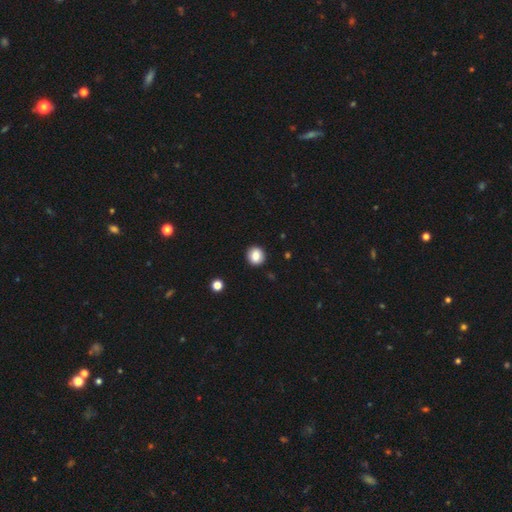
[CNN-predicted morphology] Smooth or featured? Predicted: smooth (p=0.84). How rounded? Predicted: round (p=0.88). Merging? Predicted: none (p=0.92).